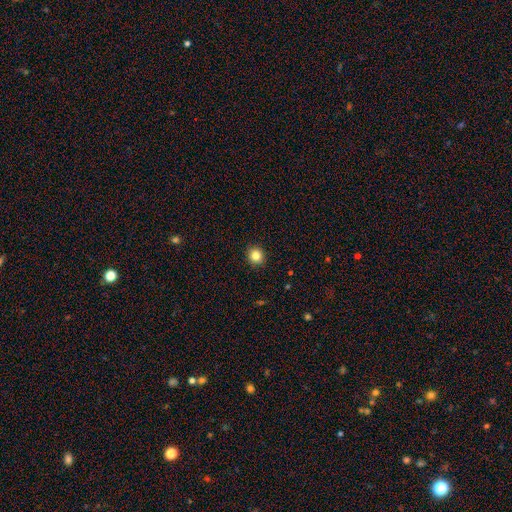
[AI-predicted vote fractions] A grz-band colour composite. It shows a smooth galaxy with no disk features (83%) that is round (90%). Merging: none (92%).